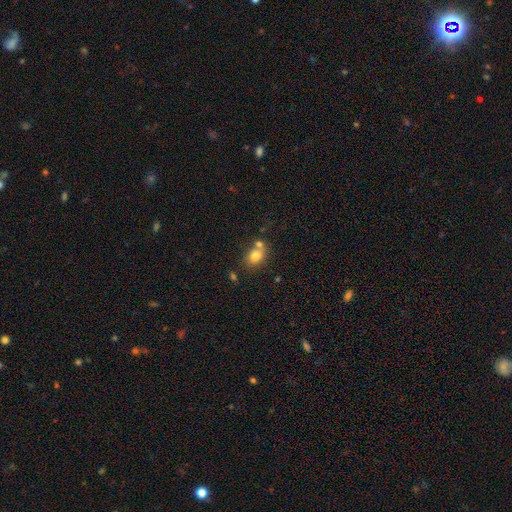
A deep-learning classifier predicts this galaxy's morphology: This is likely a smooth galaxy (77%). How rounded: possibly in between (59%). Merging: possibly none (52%).